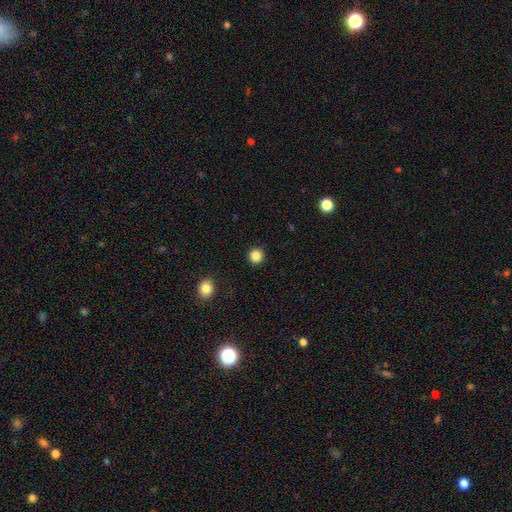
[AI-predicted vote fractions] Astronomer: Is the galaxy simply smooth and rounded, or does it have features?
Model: smooth — 85%.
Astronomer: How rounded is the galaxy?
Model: round — 94%.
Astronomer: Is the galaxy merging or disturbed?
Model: none — 93%.